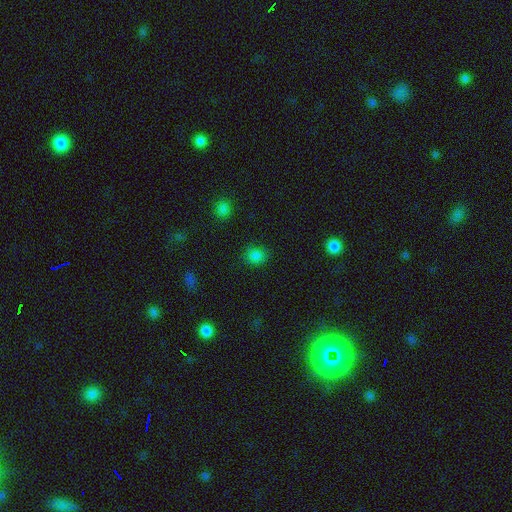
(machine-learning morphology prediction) smooth 82%, star or artifact 15%, featured or disk 3%. Down the decision tree: how rounded — round (76%); merging — none (85%).